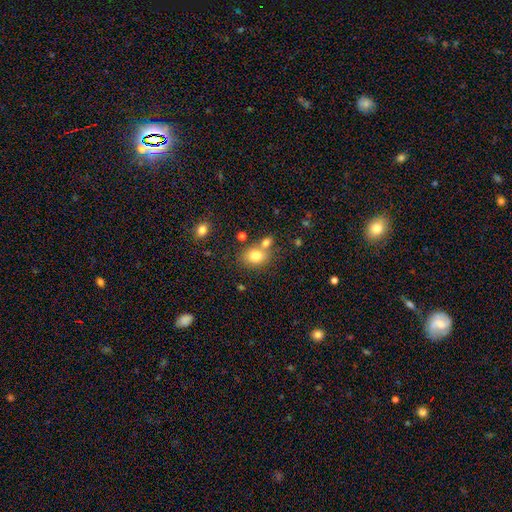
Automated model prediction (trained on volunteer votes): This is likely a smooth galaxy (78%). How rounded: possibly in between (53%). Merging: possibly none (55%).